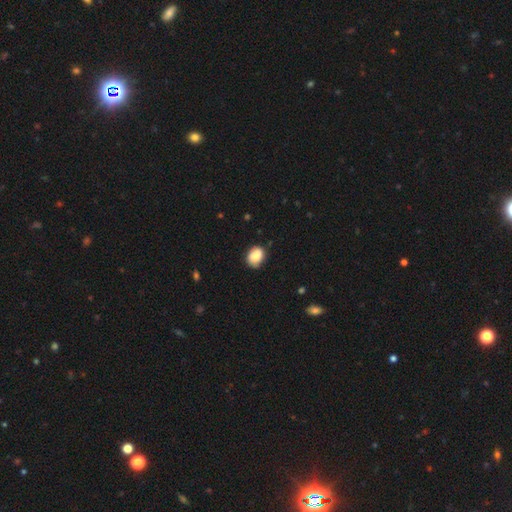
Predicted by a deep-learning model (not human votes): Smooth or featured? smooth (83%)
How rounded? in between (55%)
Merging? none (77%)